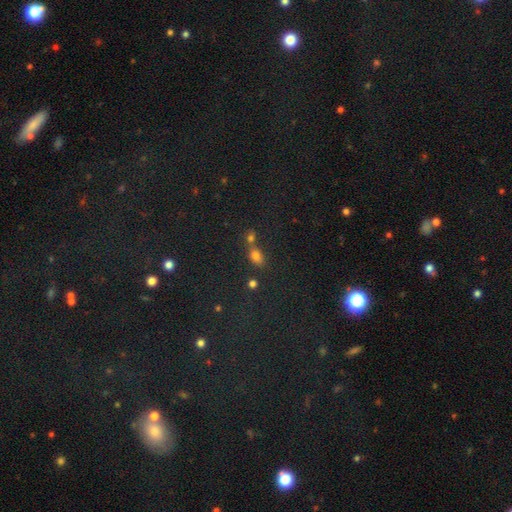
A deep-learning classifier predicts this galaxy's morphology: This appears to be a smooth galaxy with no disk features (73%) that is in between round and cigar-shaped (75%). Merging: merger (44%).